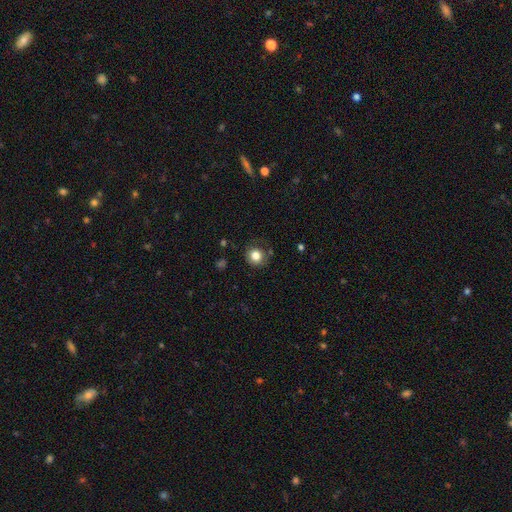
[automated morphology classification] smooth 81%, star or artifact 11%, featured or disk 8%. Down the decision tree: how rounded — round (86%); merging — none (79%).